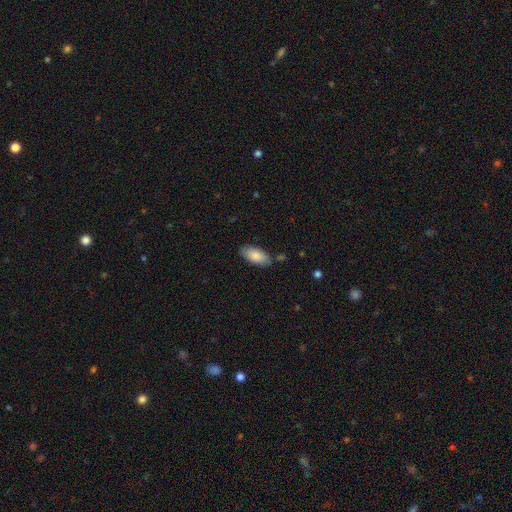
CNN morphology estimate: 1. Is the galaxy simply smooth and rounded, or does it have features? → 84% smooth, 10% featured or disk, 6% star or artifact.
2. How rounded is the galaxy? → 90% in between, 8% cigar-shaped, 2% round.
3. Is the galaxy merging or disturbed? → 80% none, 14% minor disturbance, 3% merger, 3% major disturbance.